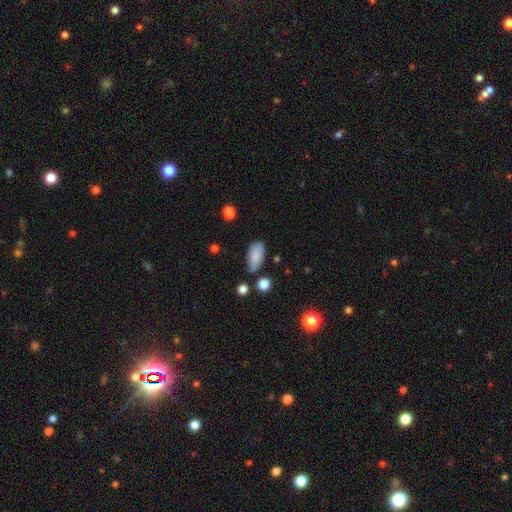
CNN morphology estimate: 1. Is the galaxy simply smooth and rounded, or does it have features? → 83% smooth, 9% featured or disk, 7% star or artifact.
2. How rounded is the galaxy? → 88% in between, 9% cigar-shaped, 3% round.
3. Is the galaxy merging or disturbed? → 66% none, 25% minor disturbance, 5% major disturbance, 4% merger.